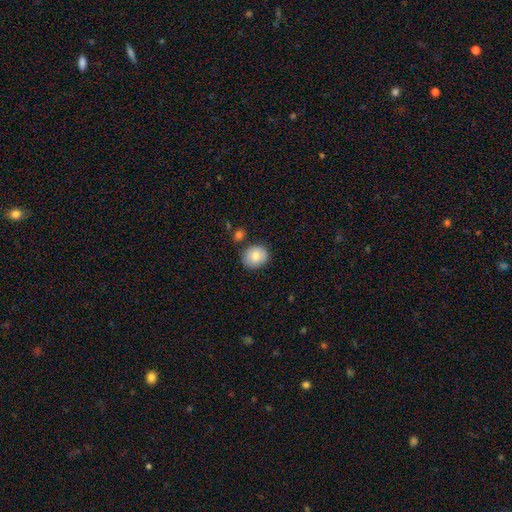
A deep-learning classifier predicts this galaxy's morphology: smooth_or_featured: smooth (p=0.83) [alt: featured or disk p=0.10]
how_rounded: round (p=0.71) [alt: in between p=0.28]
merging: none (p=0.80) [alt: minor disturbance p=0.13]